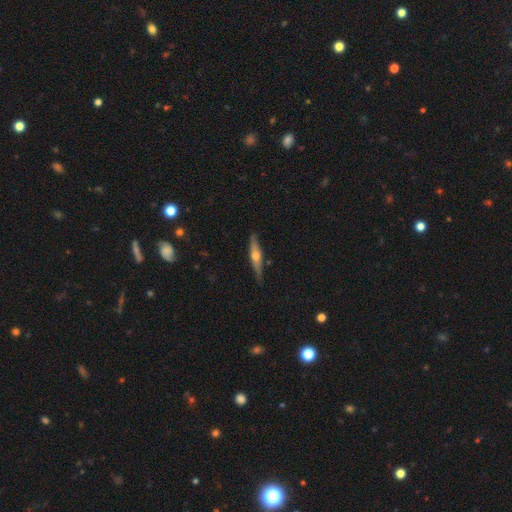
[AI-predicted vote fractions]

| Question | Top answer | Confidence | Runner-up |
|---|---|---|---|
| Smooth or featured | featured or disk | 62% | smooth (32%) |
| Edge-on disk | yes | 94% | no (6%) |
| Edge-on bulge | rounded | 91% | none (5%) |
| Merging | none | 83% | minor disturbance (13%) |